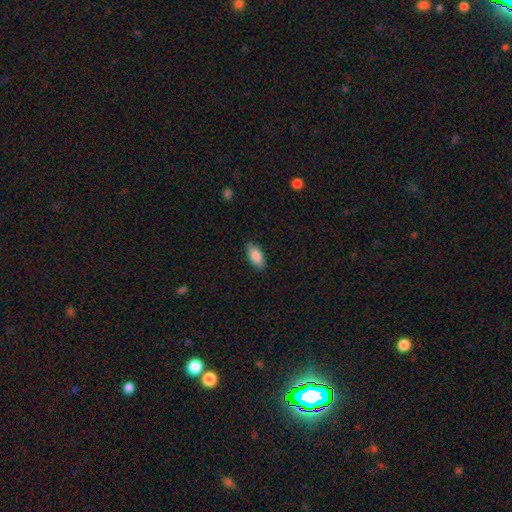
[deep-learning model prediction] A smooth galaxy with no disk features (88%) that is in between round and cigar-shaped (91%).

Vote fractions:
- Smooth or featured? smooth: 88% / star or artifact: 6% / featured or disk: 6%
- How rounded? in between: 91% / cigar-shaped: 7% / round: 2%
- Merging? none: 85% / minor disturbance: 12% / major disturbance: 2% / merger: 1%